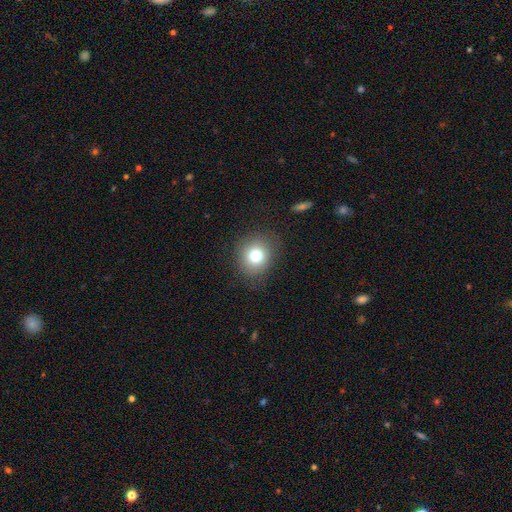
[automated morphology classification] A smooth galaxy with no disk features (75%) that is round (78%).

Vote fractions:
- Smooth or featured? smooth: 75% / star or artifact: 14% / featured or disk: 11%
- How rounded? round: 78% / in between: 21% / cigar-shaped: 1%
- Merging? none: 85% / minor disturbance: 10% / major disturbance: 4% / merger: 1%